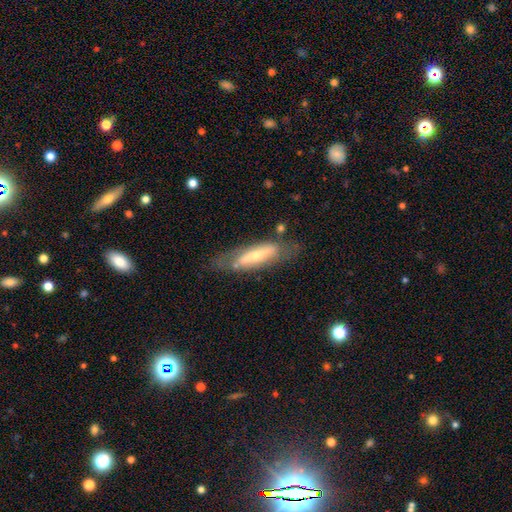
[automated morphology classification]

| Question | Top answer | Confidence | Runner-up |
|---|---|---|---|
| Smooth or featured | featured or disk | 56% | smooth (38%) |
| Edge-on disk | no | 51% | yes (49%) |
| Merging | none | 66% | minor disturbance (21%) |